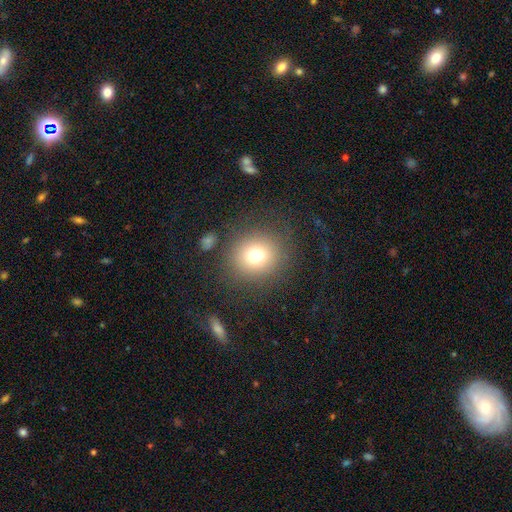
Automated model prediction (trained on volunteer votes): A smooth galaxy with no disk features (74%) that is round (87%).

Vote fractions:
- Smooth or featured? smooth: 74% / star or artifact: 16% / featured or disk: 11%
- How rounded? round: 87% / in between: 12% / cigar-shaped: 1%
- Merging? none: 83% / minor disturbance: 9% / major disturbance: 6% / merger: 3%